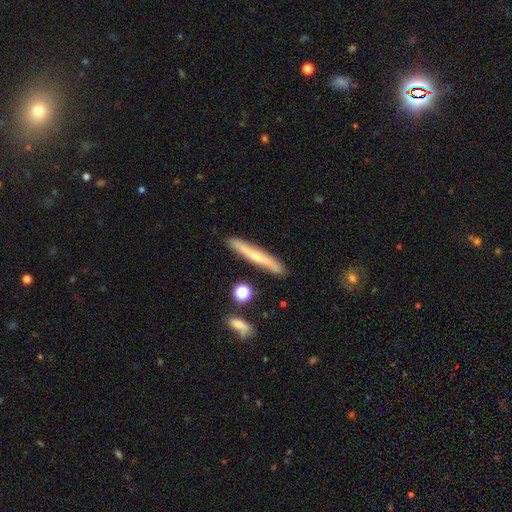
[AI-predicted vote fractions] A smooth galaxy with no disk features (47%).

Vote fractions:
- Smooth or featured? smooth: 47% / featured or disk: 46% / star or artifact: 7%
- Merging? none: 87% / minor disturbance: 9% / merger: 2% / major disturbance: 2%